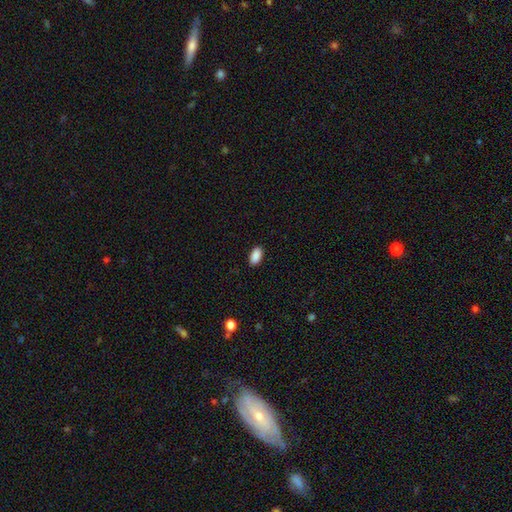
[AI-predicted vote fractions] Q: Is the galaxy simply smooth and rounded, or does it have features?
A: smooth — 90%.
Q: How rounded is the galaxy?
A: in between — 94%.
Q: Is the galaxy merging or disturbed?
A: none — 89%.